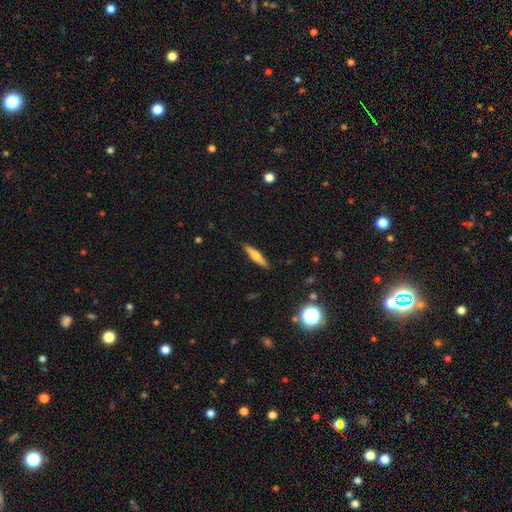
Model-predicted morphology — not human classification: A smooth galaxy with no disk features (54%) that is cigar-shaped (85%).

Vote fractions:
- Smooth or featured? smooth: 54% / featured or disk: 39% / star or artifact: 7%
- How rounded? cigar-shaped: 85% / in between: 13% / round: 2%
- Merging? none: 90% / minor disturbance: 7% / major disturbance: 2% / merger: 1%